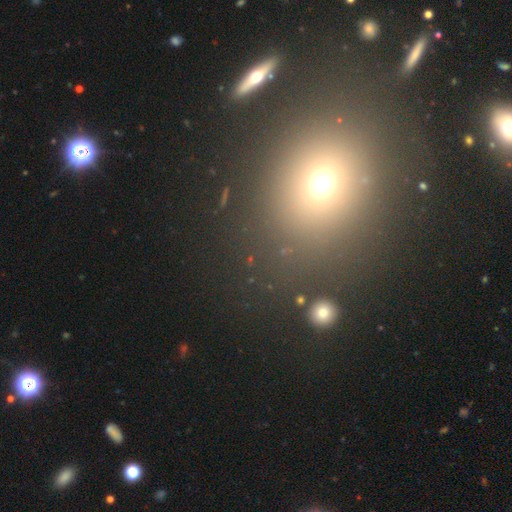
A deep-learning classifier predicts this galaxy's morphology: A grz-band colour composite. It shows a smooth galaxy with no disk features (53%) that is round (72%). Merging: none (83%).